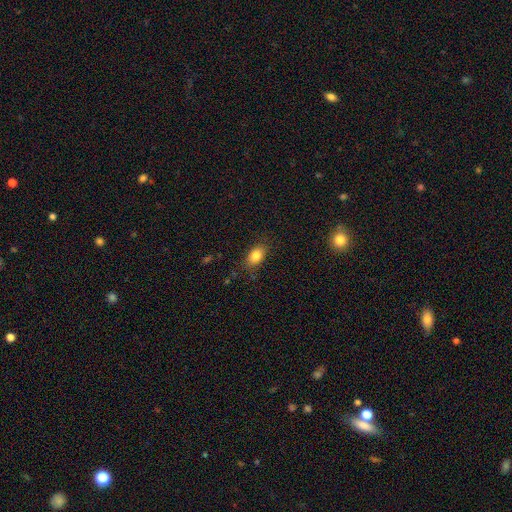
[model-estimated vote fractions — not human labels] The model was most divided on "merging": none: 81%, minor disturbance: 14%, major disturbance: 4%, merger: 1%. More confident: how rounded — in between (84%); smooth or featured — smooth (83%).